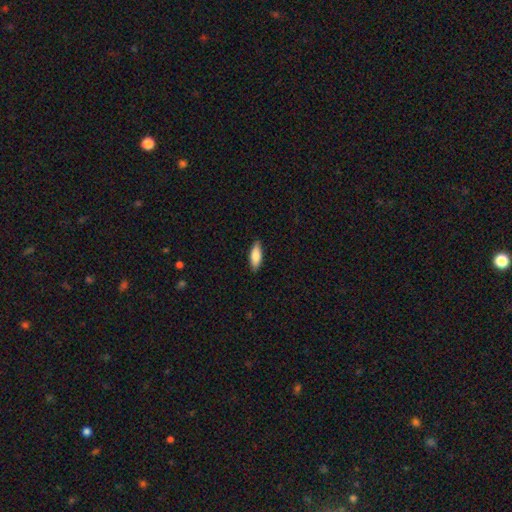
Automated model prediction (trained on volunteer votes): Q: Smooth or featured?
A: smooth (82%); runner-up: featured or disk (12%)
Q: How rounded?
A: in between (67%); runner-up: cigar-shaped (31%)
Q: Merging?
A: none (86%); runner-up: minor disturbance (11%)